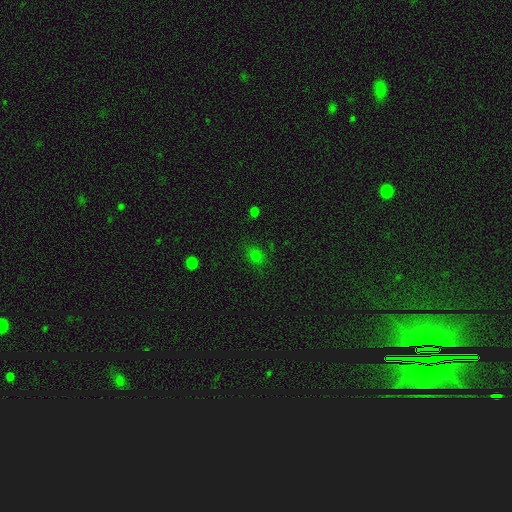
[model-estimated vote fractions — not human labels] smooth 71%, star or artifact 23%, featured or disk 6%. Down the decision tree: how rounded — round (57%); merging — none (80%).